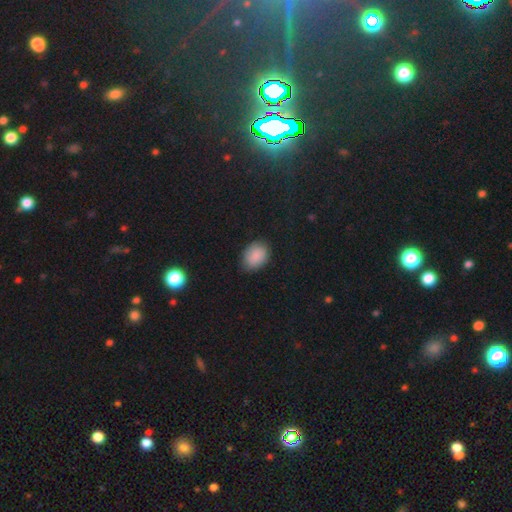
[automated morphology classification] A smooth galaxy with no disk features (87%) that is in between round and cigar-shaped (71%). Merging: none (80%).